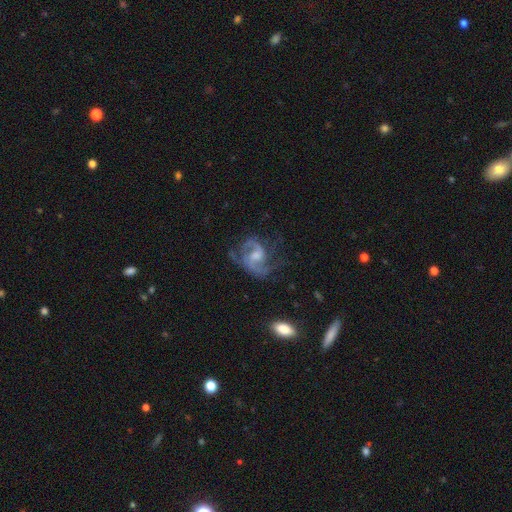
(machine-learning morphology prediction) A featured or disk galaxy (87%) with a weak bar (46%), 2 (79%) medium (55%) spiral arms (96%) and a moderate central bulge (43%). Merging: none (55%).